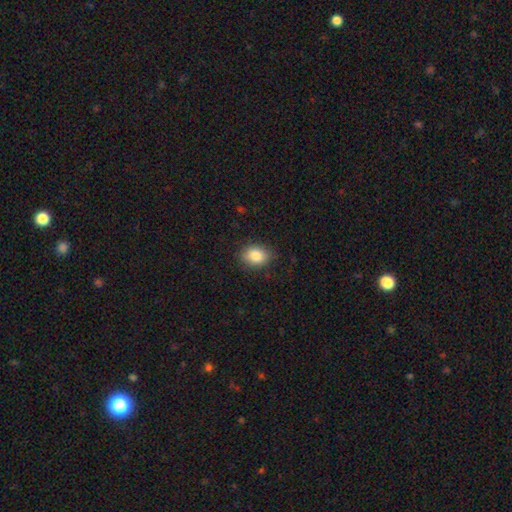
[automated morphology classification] Q: Smooth or featured?
A: smooth (85%); runner-up: star or artifact (9%)
Q: How rounded?
A: in between (67%); runner-up: round (32%)
Q: Merging?
A: none (84%); runner-up: minor disturbance (12%)